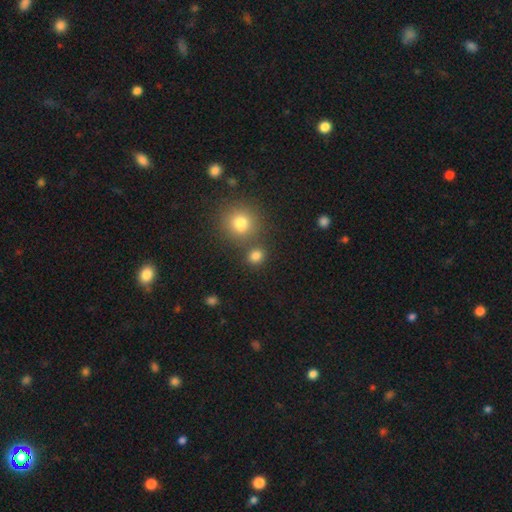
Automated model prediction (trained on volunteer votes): Q: Smooth or featured?
A: smooth (80%); runner-up: star or artifact (15%)
Q: How rounded?
A: round (78%); runner-up: in between (21%)
Q: Merging?
A: none (74%); runner-up: merger (15%)